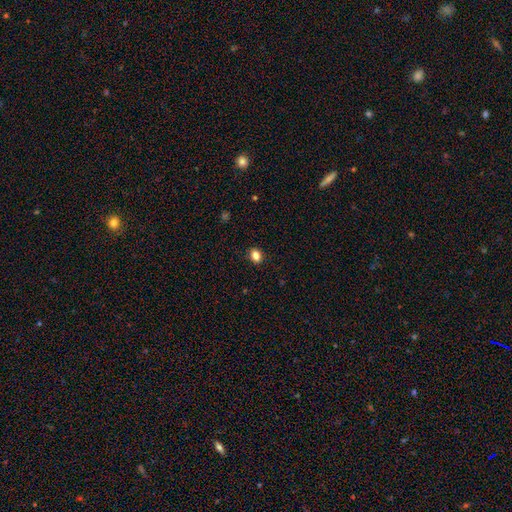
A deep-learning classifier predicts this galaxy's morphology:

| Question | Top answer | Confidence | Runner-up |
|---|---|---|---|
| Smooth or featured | smooth | 84% | star or artifact (11%) |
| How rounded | in between | 65% | round (33%) |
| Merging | none | 89% | minor disturbance (8%) |